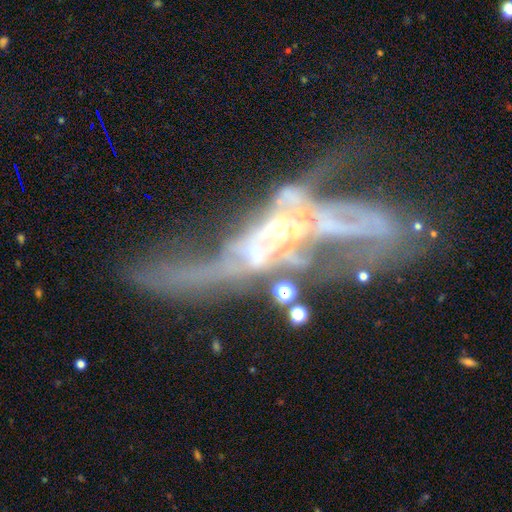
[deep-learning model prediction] Smooth or featured?
  - featured or disk: 64% *
  - star or artifact: 18%
  - smooth: 18%
Edge-on disk?
  - no: 86% *
  - yes: 14%
Bar?
  - no: 67% *
  - weak: 19%
  - strong: 14%
Spiral arms?
  - no: 56% *
  - yes: 44%
Bulge size?
  - small: 34% *
  - moderate: 31%
  - none: 23%
  - large: 7%
  - dominant: 4%
Merging?
  - merger: 35% *
  - major disturbance: 33%
  - none: 20%
  - minor disturbance: 12%